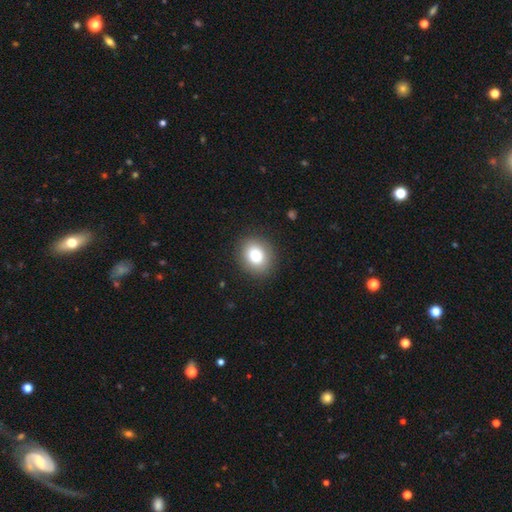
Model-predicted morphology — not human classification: Smooth or featured: smooth — 81% (featured or disk — 10%)
How rounded: round — 64% (in between — 35%)
Merging: none — 89% (minor disturbance — 8%)